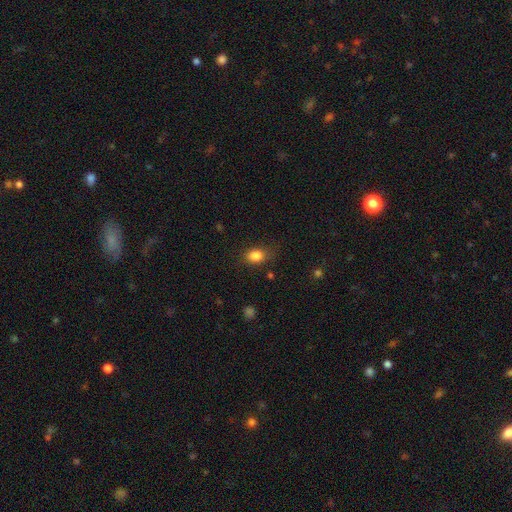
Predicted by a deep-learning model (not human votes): Smooth or featured?
  - smooth: 85% *
  - star or artifact: 10%
  - featured or disk: 5%
How rounded?
  - in between: 66% *
  - round: 32%
  - cigar-shaped: 2%
Merging?
  - none: 74% *
  - minor disturbance: 19%
  - major disturbance: 6%
  - merger: 1%